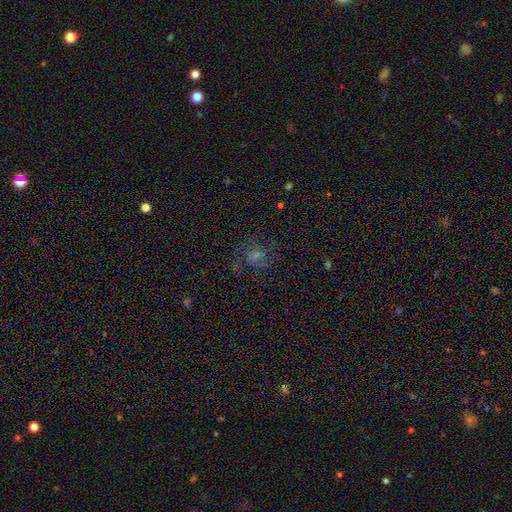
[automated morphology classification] This appears to be a featured or disk galaxy (42%). Merging: none (62%).